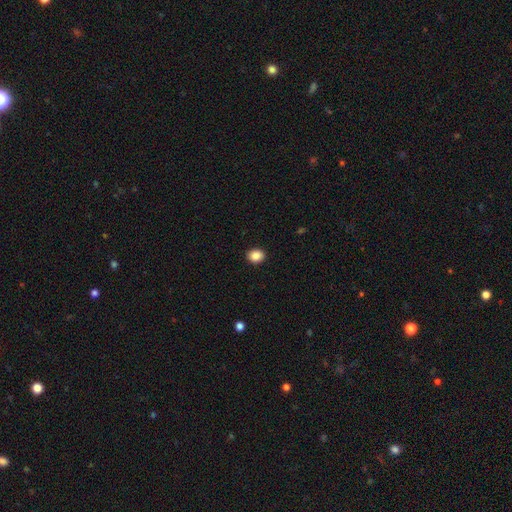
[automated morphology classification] Smooth or featured? Predicted: smooth (p=0.88). How rounded? Predicted: round (p=0.58). Merging? Predicted: none (p=0.92).